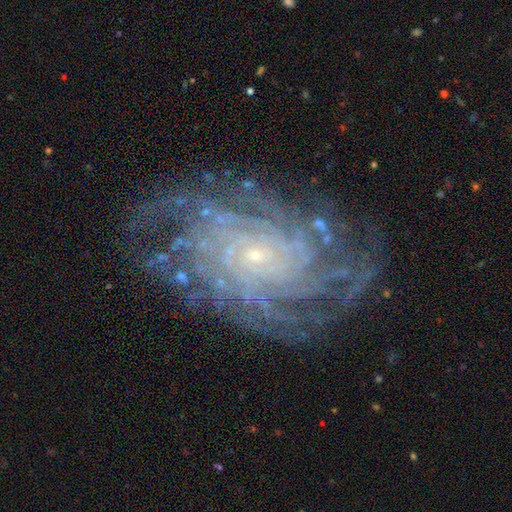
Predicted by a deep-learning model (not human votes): Smooth or featured?
  - featured or disk: 88% *
  - star or artifact: 7%
  - smooth: 5%
Edge-on disk?
  - no: 97% *
  - yes: 3%
Bar?
  - no: 77% *
  - weak: 17%
  - strong: 6%
Spiral arms?
  - yes: 97% *
  - no: 3%
Spiral winding?
  - tight: 76% *
  - medium: 19%
  - loose: 5%
Spiral arm count?
  - more than 4: 39% *
  - can't tell: 21%
  - 4: 17%
  - 3: 8%
  - 2: 8%
  - 1: 7%
Bulge size?
  - small: 87% *
  - moderate: 8%
  - none: 2%
  - large: 1%
  - dominant: 1%
Merging?
  - none: 78% *
  - minor disturbance: 14%
  - major disturbance: 7%
  - merger: 2%